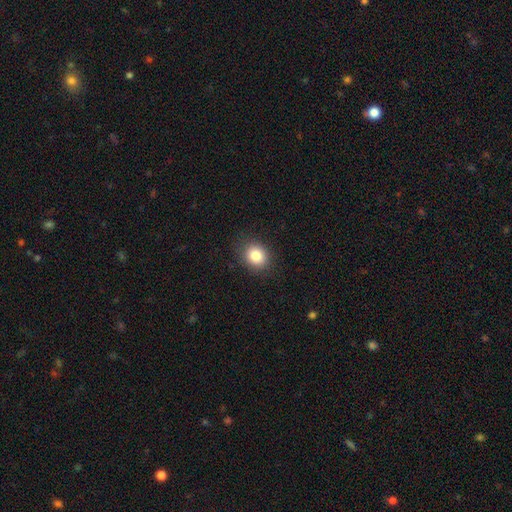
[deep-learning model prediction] Smooth or featured: smooth — 84% (star or artifact — 10%)
How rounded: round — 62% (in between — 37%)
Merging: none — 87% (minor disturbance — 9%)